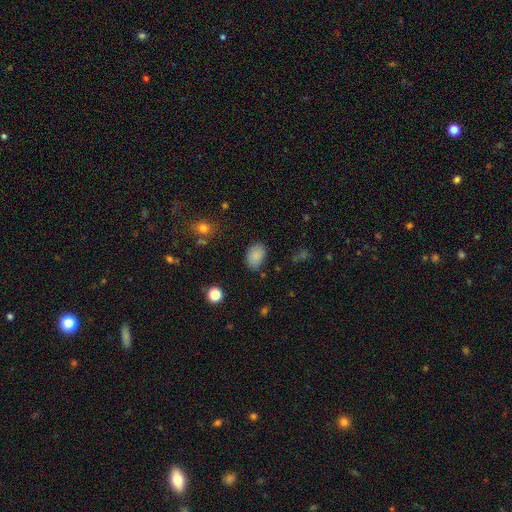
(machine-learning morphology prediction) Smooth or featured? smooth (85%)
How rounded? in between (83%)
Merging? none (81%)